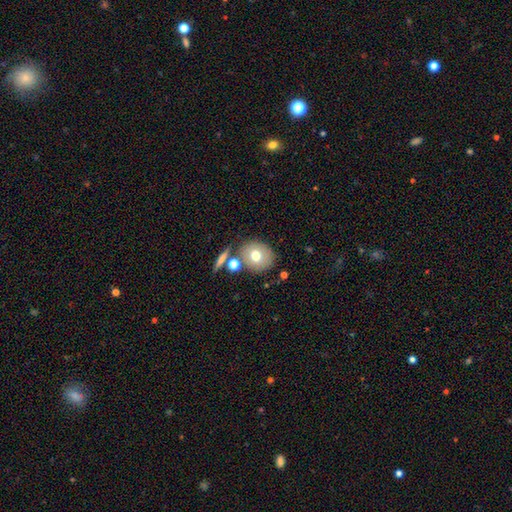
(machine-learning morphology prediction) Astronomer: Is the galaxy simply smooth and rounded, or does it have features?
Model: smooth — 71%.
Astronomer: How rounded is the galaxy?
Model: round — 73%.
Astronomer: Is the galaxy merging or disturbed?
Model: none — 73%.